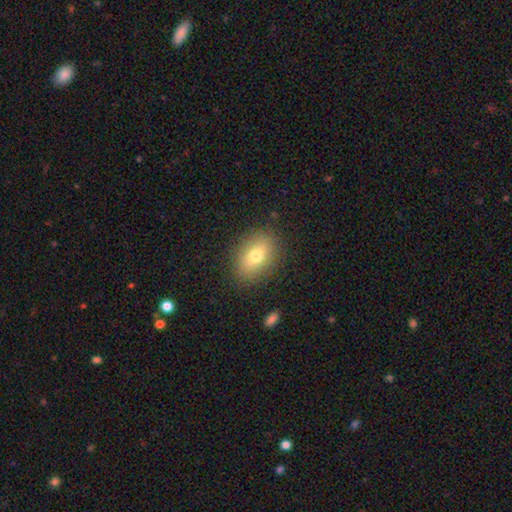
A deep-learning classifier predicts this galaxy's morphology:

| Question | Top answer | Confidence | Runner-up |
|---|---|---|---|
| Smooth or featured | smooth | 70% | featured or disk (21%) |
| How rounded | in between | 79% | round (18%) |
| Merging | none | 85% | minor disturbance (10%) |